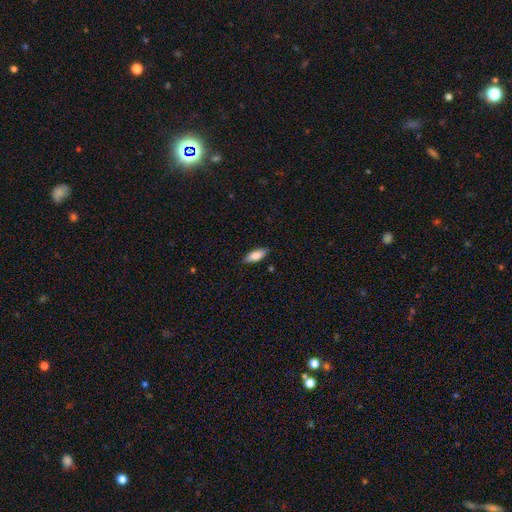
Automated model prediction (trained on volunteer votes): The model was most divided on "how rounded": in between: 77%, cigar-shaped: 20%, round: 2%. More confident: merging — none (85%); smooth or featured — smooth (80%).